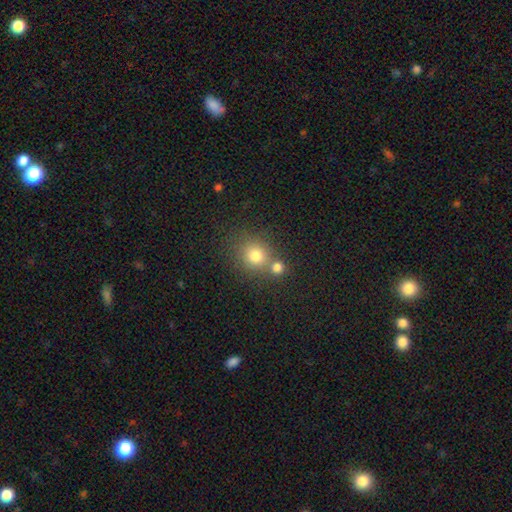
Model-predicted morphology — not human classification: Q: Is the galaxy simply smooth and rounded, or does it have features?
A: smooth — 77%.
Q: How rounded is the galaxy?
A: round — 84%.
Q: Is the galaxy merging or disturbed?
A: none — 55%.